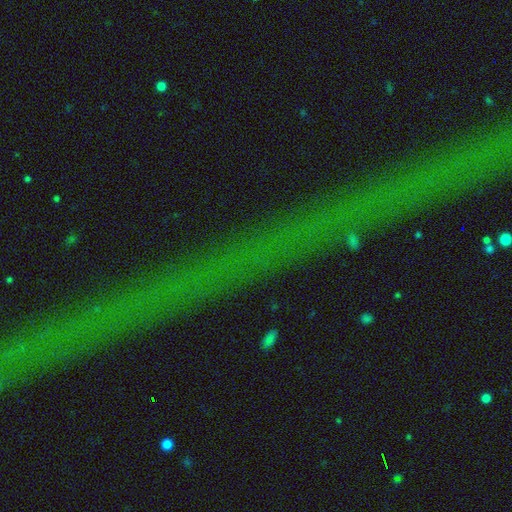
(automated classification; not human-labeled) This is likely a star or artifact rather than a galaxy (77%).